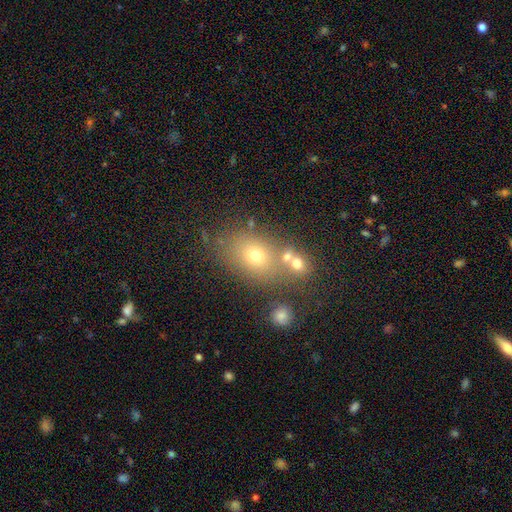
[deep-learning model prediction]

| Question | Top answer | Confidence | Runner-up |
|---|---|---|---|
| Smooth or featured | smooth | 64% | star or artifact (19%) |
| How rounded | in between | 62% | round (36%) |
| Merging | none | 62% | merger (19%) |